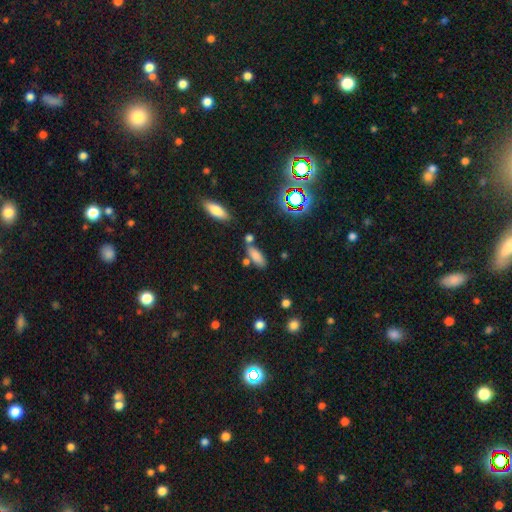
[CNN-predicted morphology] smooth 77%, star or artifact 13%, featured or disk 9%. Down the decision tree: how rounded — in between (72%); merging — none (62%).